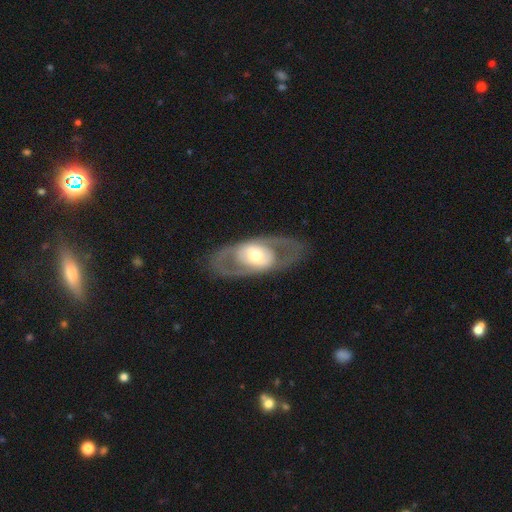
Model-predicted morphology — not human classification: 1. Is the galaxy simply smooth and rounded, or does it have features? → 69% featured or disk, 26% smooth, 5% star or artifact.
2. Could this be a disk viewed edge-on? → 87% no, 13% yes.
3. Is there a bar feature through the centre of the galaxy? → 66% no, 20% weak, 14% strong.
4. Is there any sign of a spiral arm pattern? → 68% no, 32% yes.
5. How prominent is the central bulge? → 58% moderate, 24% large, 15% small, 2% dominant, 1% none.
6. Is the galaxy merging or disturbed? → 77% none, 12% minor disturbance, 10% major disturbance, 1% merger.